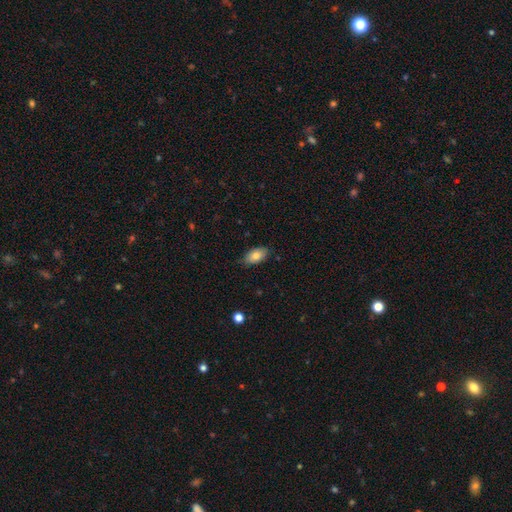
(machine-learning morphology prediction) A smooth galaxy with no disk features (81%) that is in between round and cigar-shaped (92%).

Vote fractions:
- Smooth or featured? smooth: 81% / featured or disk: 12% / star or artifact: 7%
- How rounded? in between: 92% / round: 5% / cigar-shaped: 3%
- Merging? none: 79% / minor disturbance: 17% / major disturbance: 2% / merger: 1%